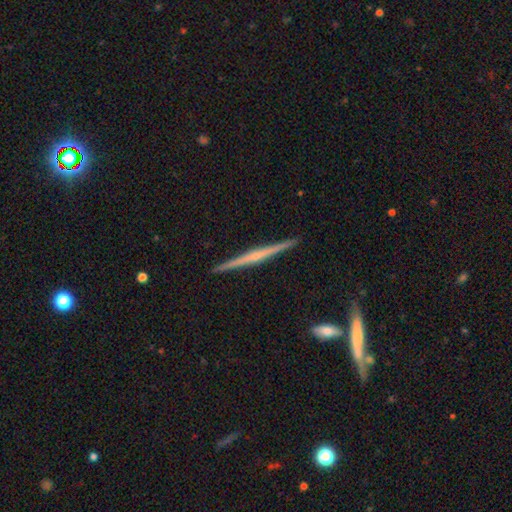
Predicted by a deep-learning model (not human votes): Overall: featured or disk (71%). Edge-on disk: yes (98%). Edge-on bulge: none (54%; rounded 35%). Merging: none (92%).